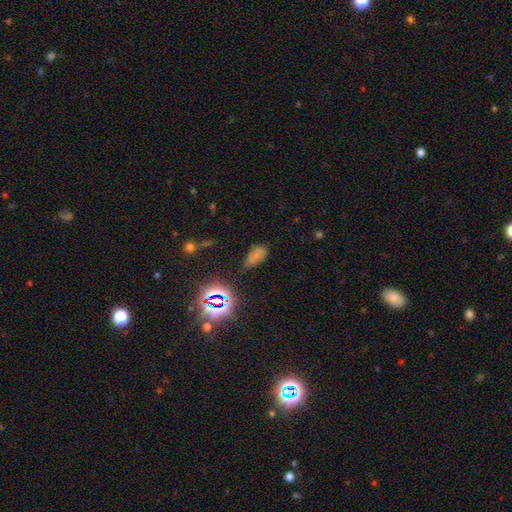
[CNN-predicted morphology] smooth 54%, star or artifact 32%, featured or disk 14%. Down the decision tree: how rounded — in between (88%); merging — none (50%).